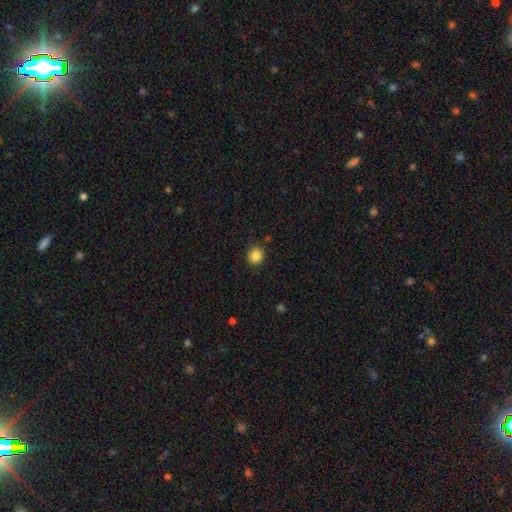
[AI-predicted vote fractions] smooth-or-featured: smooth: 86% | star or artifact: 10% | featured or disk: 4%
  how-rounded: round: 88% | in between: 11% | cigar-shaped: 1%
  merging: none: 89% | minor disturbance: 7% | major disturbance: 2% | merger: 2%